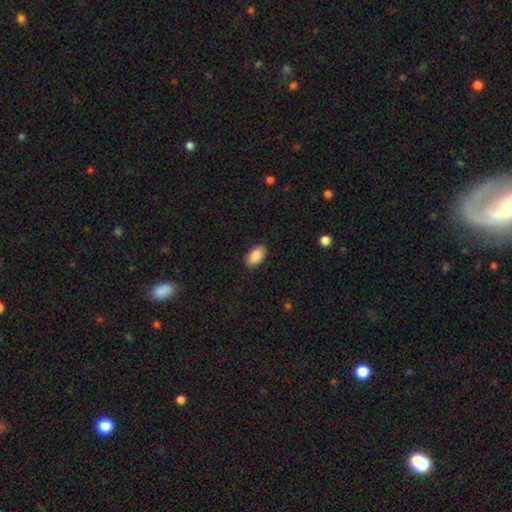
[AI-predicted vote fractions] smooth 89%, star or artifact 6%, featured or disk 4%. Down the decision tree: how rounded — in between (95%); merging — none (87%).